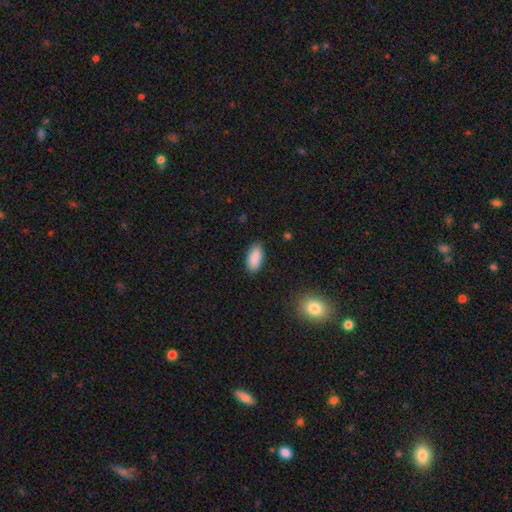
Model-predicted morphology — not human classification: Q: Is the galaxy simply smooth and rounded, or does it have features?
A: smooth — 90%.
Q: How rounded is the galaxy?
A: in between — 91%.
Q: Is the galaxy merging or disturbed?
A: none — 86%.